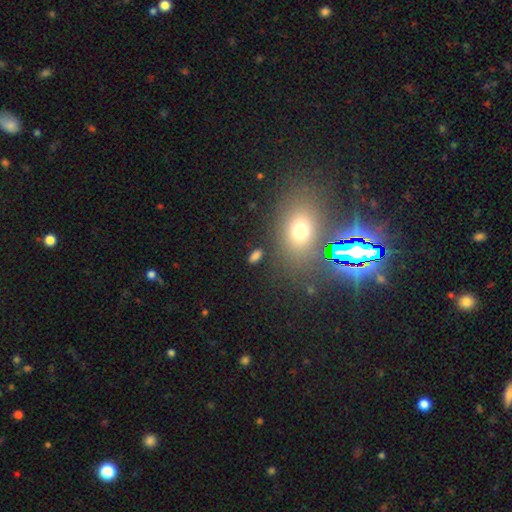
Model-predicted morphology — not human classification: Smooth or featured? Predicted: smooth (p=0.75). How rounded? Predicted: in between (p=0.81). Merging? Predicted: none (p=0.84).